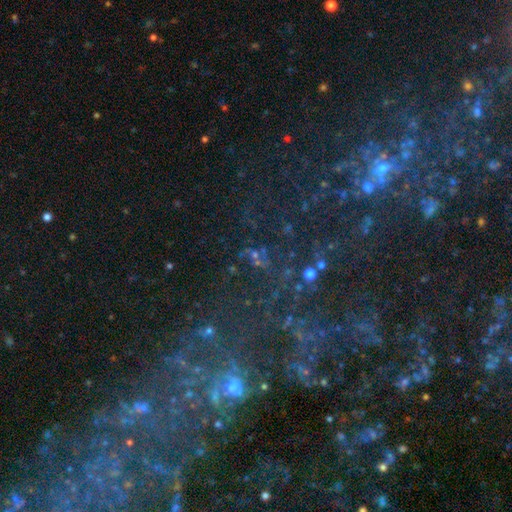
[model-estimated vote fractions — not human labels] Smooth or featured? star or artifact (65%)